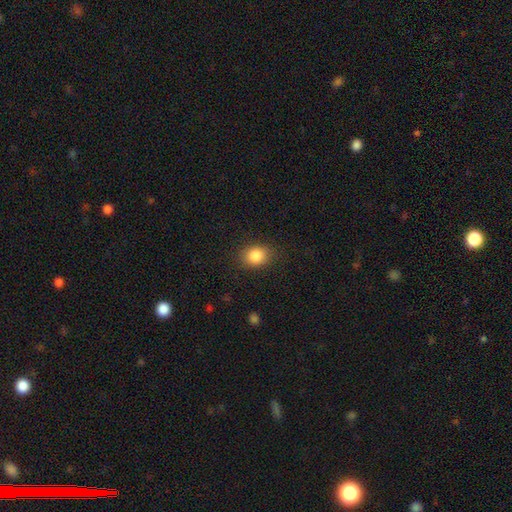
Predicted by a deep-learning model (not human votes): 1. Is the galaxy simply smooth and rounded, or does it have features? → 86% smooth, 9% star or artifact, 5% featured or disk.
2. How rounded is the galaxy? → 54% in between, 45% round, 1% cigar-shaped.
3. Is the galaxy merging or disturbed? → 85% none, 11% minor disturbance, 3% major disturbance, 1% merger.